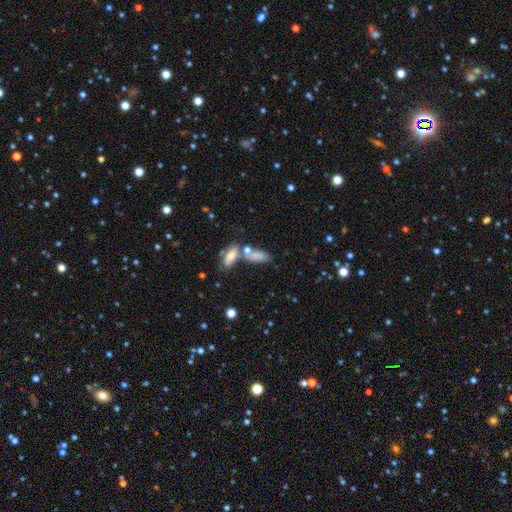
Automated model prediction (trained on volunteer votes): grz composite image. It shows a smooth galaxy with no disk features (76%) that is in between round and cigar-shaped (77%). Merging: merger (41%).